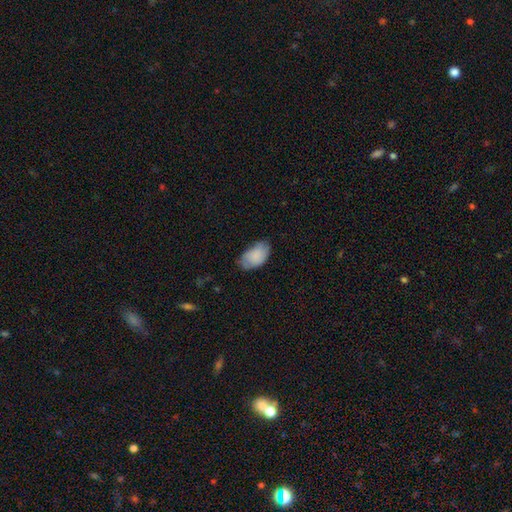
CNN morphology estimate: Q: Smooth or featured?
A: smooth (82%); runner-up: featured or disk (12%)
Q: How rounded?
A: in between (93%); runner-up: round (6%)
Q: Merging?
A: none (61%); runner-up: minor disturbance (31%)